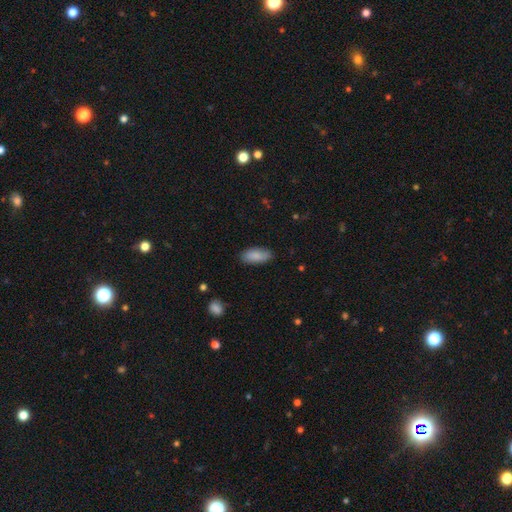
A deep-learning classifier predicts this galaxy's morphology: A smooth galaxy with no disk features (86%) that is in between round and cigar-shaped (88%).

Vote fractions:
- Smooth or featured? smooth: 86% / featured or disk: 8% / star or artifact: 6%
- How rounded? in between: 88% / cigar-shaped: 10% / round: 2%
- Merging? none: 84% / minor disturbance: 13% / major disturbance: 2% / merger: 1%